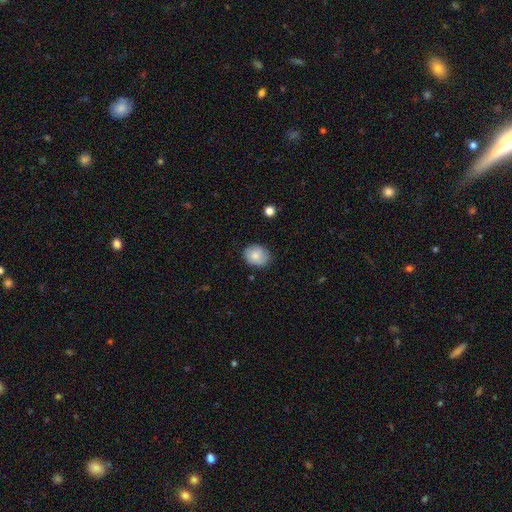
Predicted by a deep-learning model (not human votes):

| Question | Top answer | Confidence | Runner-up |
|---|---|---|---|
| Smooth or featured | smooth | 77% | featured or disk (16%) |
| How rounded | round | 56% | in between (43%) |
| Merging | none | 79% | minor disturbance (17%) |